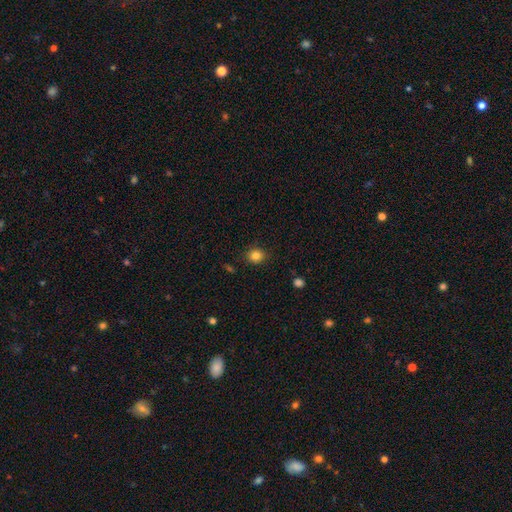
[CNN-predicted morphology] Smooth or featured? Predicted: smooth (p=0.83). How rounded? Predicted: round (p=0.78). Merging? Predicted: none (p=0.88).